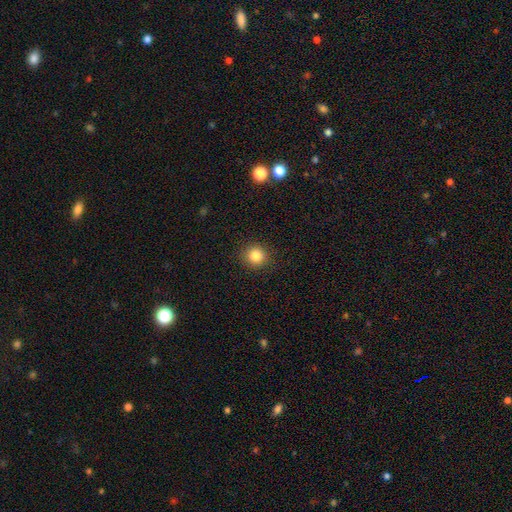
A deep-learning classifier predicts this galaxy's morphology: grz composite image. It shows a smooth galaxy with no disk features (84%) that is round (92%). Merging: none (91%).